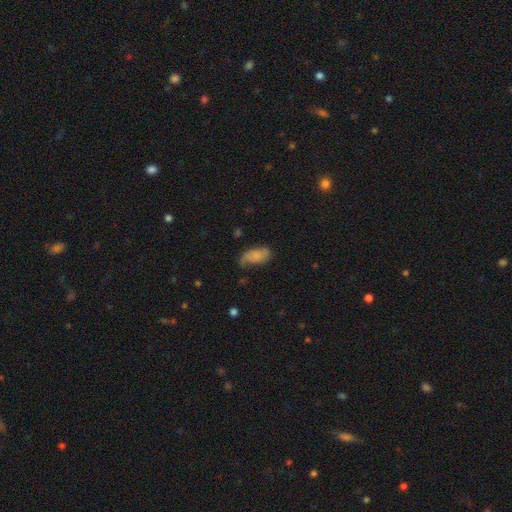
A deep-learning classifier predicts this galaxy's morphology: Smooth or featured? smooth (65%)
How rounded? in between (91%)
Merging? none (55%)